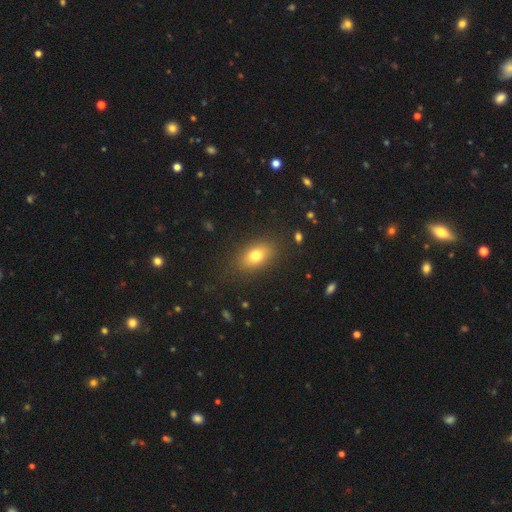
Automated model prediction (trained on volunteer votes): Smooth or featured: smooth — 77% (featured or disk — 13%)
How rounded: in between — 81% (round — 16%)
Merging: none — 84% (minor disturbance — 11%)